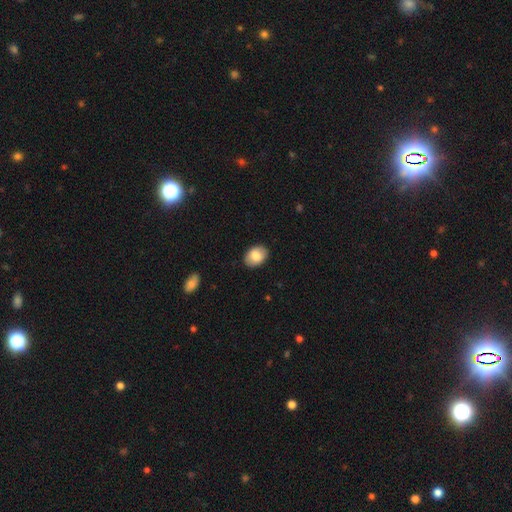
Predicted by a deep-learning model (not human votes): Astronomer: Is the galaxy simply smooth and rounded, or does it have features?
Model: smooth — 83%.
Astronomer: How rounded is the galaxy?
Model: in between — 80%.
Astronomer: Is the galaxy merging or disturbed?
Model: none — 88%.